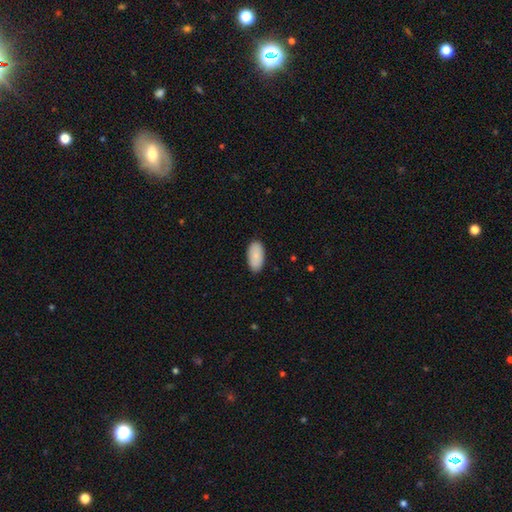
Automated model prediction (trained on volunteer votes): Smooth or featured?
  - smooth: 86% *
  - featured or disk: 8%
  - star or artifact: 6%
How rounded?
  - in between: 95% *
  - round: 2%
  - cigar-shaped: 2%
Merging?
  - none: 88% *
  - minor disturbance: 9%
  - major disturbance: 2%
  - merger: 1%